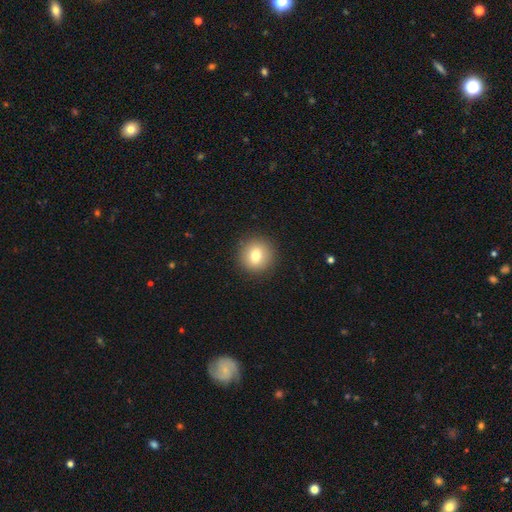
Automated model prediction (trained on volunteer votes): A smooth galaxy with no disk features (76%) that is round (91%).

Vote fractions:
- Smooth or featured? smooth: 76% / featured or disk: 14% / star or artifact: 10%
- How rounded? round: 91% / in between: 8% / cigar-shaped: 1%
- Merging? none: 91% / minor disturbance: 6% / major disturbance: 2% / merger: 1%